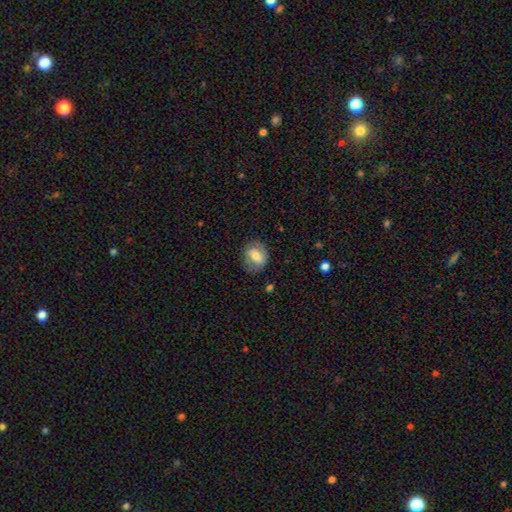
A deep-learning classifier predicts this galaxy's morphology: type=smooth (59%); roundness=in between (55%); merging=none (75%).